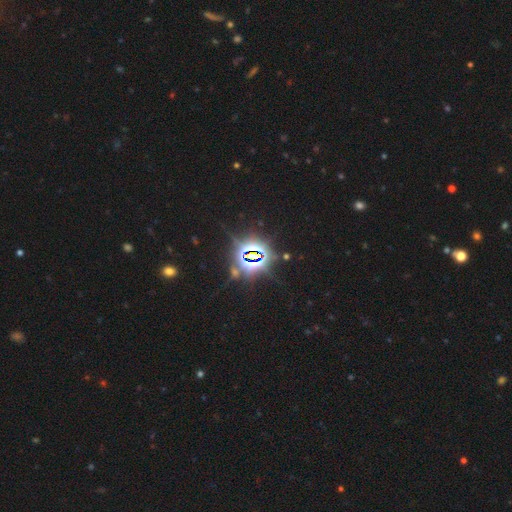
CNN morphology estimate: smooth-or-featured: star or artifact: 86% | smooth: 8% | featured or disk: 6%